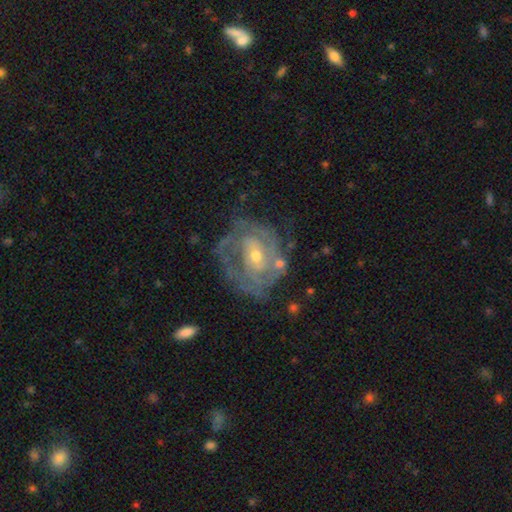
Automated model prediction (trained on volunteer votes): A featured or disk galaxy (84%) with no bar (44%), tight (62%) spiral arms (87%) and a small central bulge (56%).

Vote fractions:
- Smooth or featured? featured or disk: 84% / smooth: 10% / star or artifact: 6%
- Edge-on disk? no: 97% / yes: 3%
- Bar? no: 44% / weak: 42% / strong: 14%
- Spiral arms? yes: 87% / no: 13%
- Spiral winding? tight: 62% / medium: 30% / loose: 8%
- Spiral arm count? can't tell: 38% / 2: 30% / 3: 16% / 4: 6% / 1: 6% / more than 4: 4%
- Bulge size? small: 56% / moderate: 41% / large: 2% / none: 1% / dominant: 1%
- Merging? none: 60% / minor disturbance: 21% / major disturbance: 15% / merger: 4%